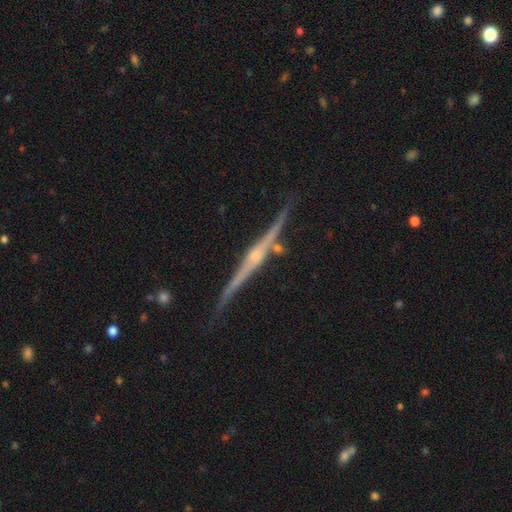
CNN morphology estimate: This appears to be a featured or disk galaxy (87%) viewed edge-on (98%) with a rounded central bulge (77%). Merging: none (85%).